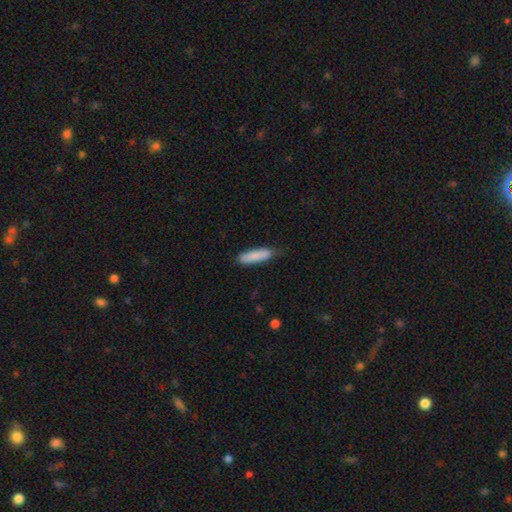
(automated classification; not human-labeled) Q: Smooth or featured?
A: smooth (86%); runner-up: featured or disk (8%)
Q: How rounded?
A: cigar-shaped (65%); runner-up: in between (34%)
Q: Merging?
A: none (74%); runner-up: minor disturbance (21%)